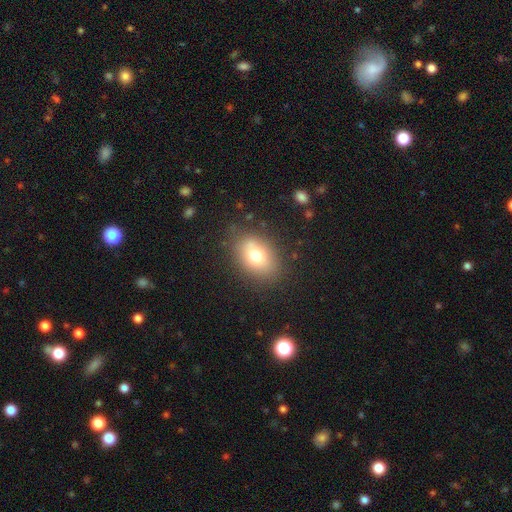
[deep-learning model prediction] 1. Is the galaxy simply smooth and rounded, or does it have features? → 72% smooth, 16% featured or disk, 11% star or artifact.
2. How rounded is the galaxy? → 73% in between, 25% round, 1% cigar-shaped.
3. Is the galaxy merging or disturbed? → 79% none, 14% minor disturbance, 5% major disturbance, 2% merger.